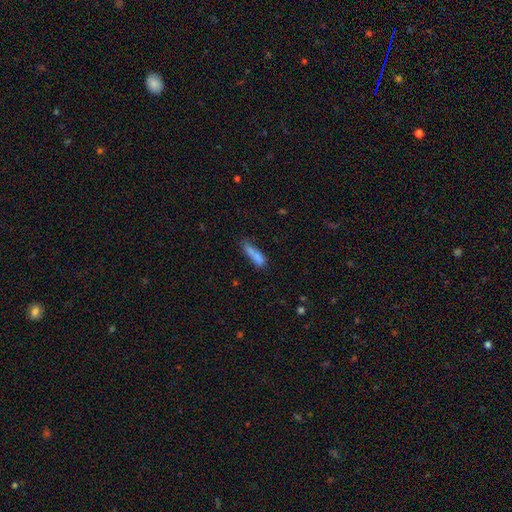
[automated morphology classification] type=smooth (75%); roundness=cigar-shaped (63%); merging=none (43%).